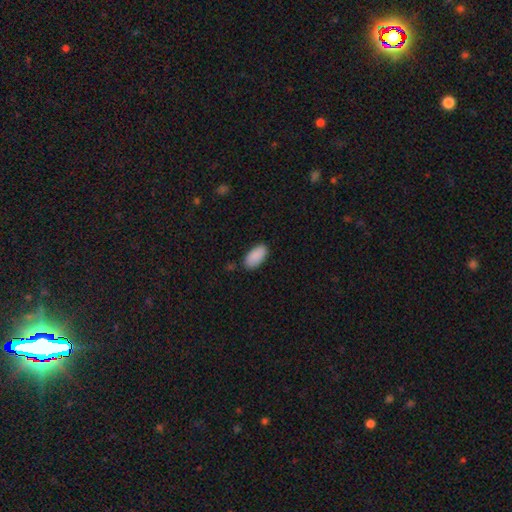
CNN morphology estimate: smooth_or_featured: smooth (p=0.90) [alt: star or artifact p=0.07]
how_rounded: in between (p=0.94) [alt: cigar-shaped p=0.04]
merging: none (p=0.85) [alt: minor disturbance p=0.11]